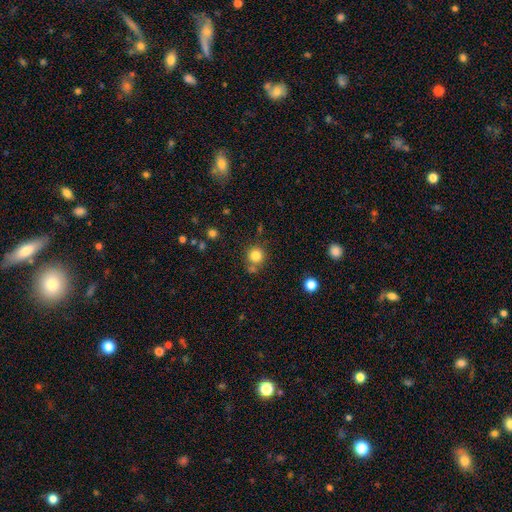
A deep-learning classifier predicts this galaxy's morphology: A smooth galaxy with no disk features (82%) that is round (91%). Merging: none (73%).